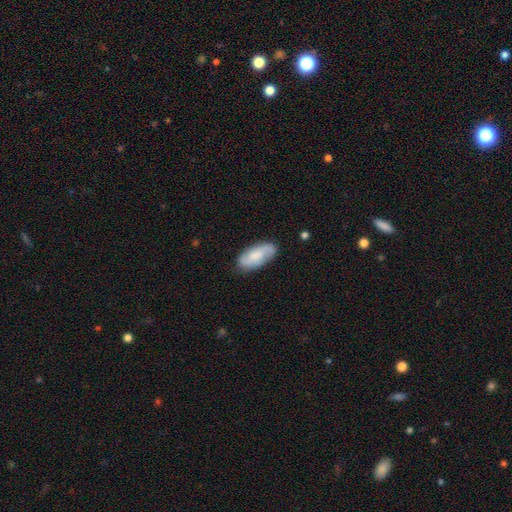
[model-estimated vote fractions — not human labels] Smooth or featured? smooth (59%)
How rounded? in between (86%)
Merging? none (80%)